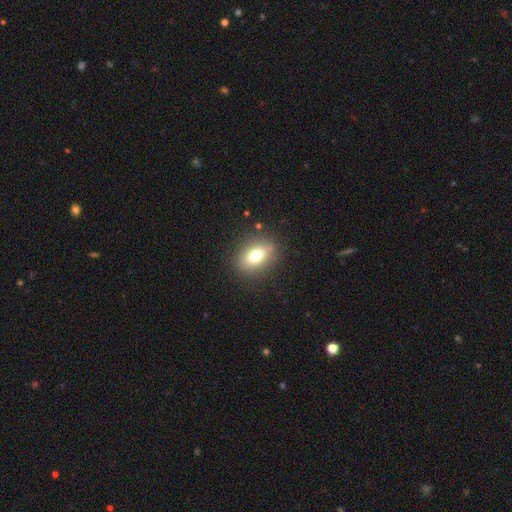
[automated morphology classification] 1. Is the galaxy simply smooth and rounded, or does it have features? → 73% smooth, 16% featured or disk, 11% star or artifact.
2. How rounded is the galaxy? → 70% in between, 27% round, 2% cigar-shaped.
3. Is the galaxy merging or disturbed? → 85% none, 10% minor disturbance, 3% major disturbance, 2% merger.